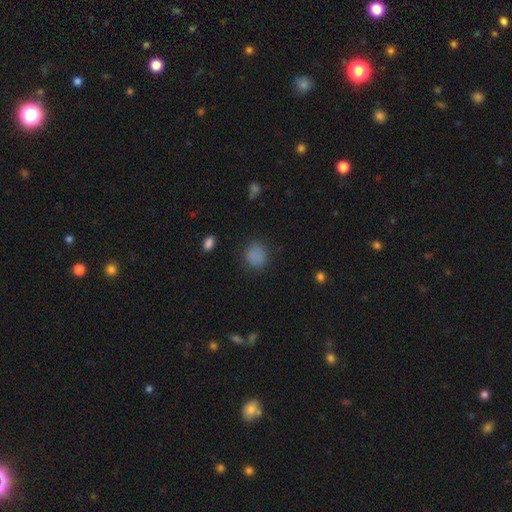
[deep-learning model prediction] smooth 83%, star or artifact 12%, featured or disk 5%. Down the decision tree: how rounded — round (77%); merging — none (79%).